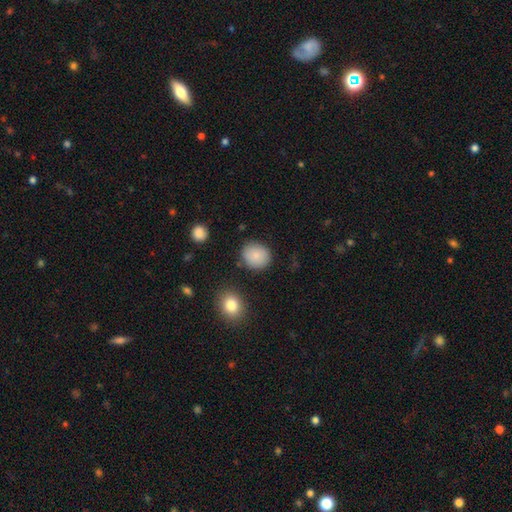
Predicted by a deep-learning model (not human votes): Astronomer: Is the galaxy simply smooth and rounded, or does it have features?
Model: smooth — 85%.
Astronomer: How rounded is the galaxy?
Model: round — 75%.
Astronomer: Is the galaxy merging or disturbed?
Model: none — 84%.